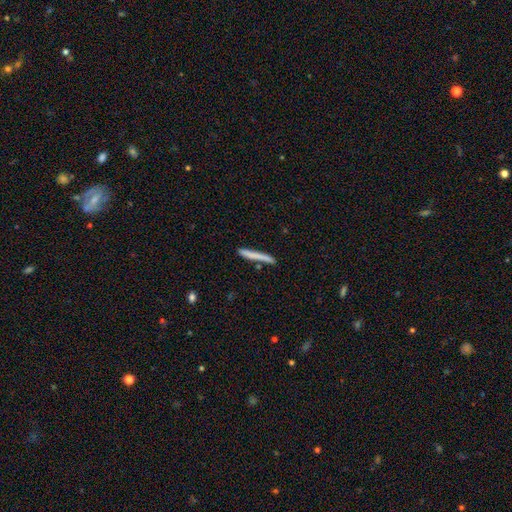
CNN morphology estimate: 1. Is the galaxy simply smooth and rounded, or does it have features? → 71% smooth, 23% featured or disk, 6% star or artifact.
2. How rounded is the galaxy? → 96% cigar-shaped, 2% in between, 1% round.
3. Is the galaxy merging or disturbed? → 84% none, 11% minor disturbance, 3% merger, 2% major disturbance.